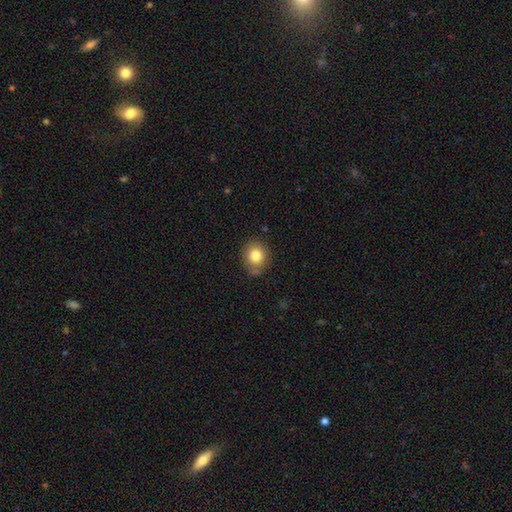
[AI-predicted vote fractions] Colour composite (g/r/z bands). It shows a smooth galaxy with no disk features (82%) that is round (79%). Merging: none (76%).